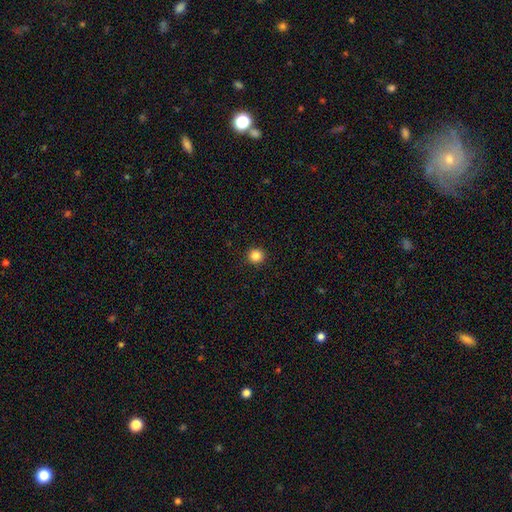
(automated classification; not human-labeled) Smooth or featured?
  - smooth: 84% *
  - star or artifact: 12%
  - featured or disk: 4%
How rounded?
  - round: 95% *
  - in between: 4%
  - cigar-shaped: 1%
Merging?
  - none: 93% *
  - minor disturbance: 4%
  - major disturbance: 2%
  - merger: 1%